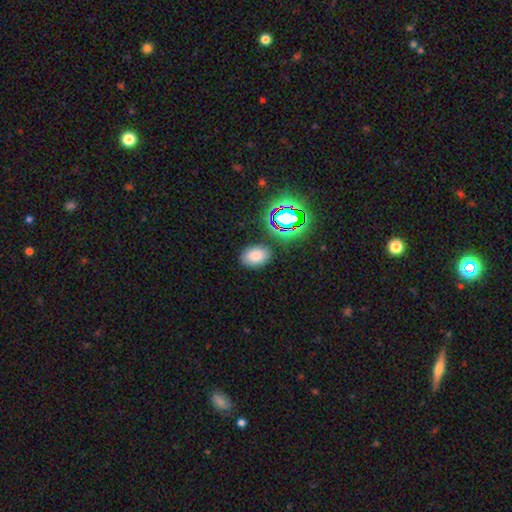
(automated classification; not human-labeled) smooth-or-featured: smooth: 74% | star or artifact: 18% | featured or disk: 7%
  how-rounded: in between: 85% | round: 14% | cigar-shaped: 1%
  merging: none: 84% | minor disturbance: 10% | merger: 3% | major disturbance: 3%